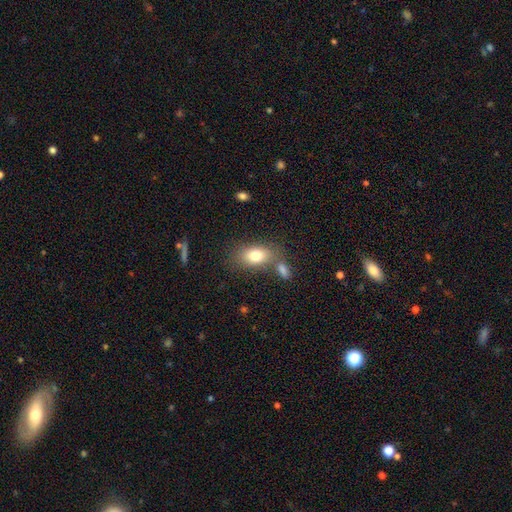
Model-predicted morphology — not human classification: Overall: smooth (78%). How rounded: in between (84%). Merging: none (63%).